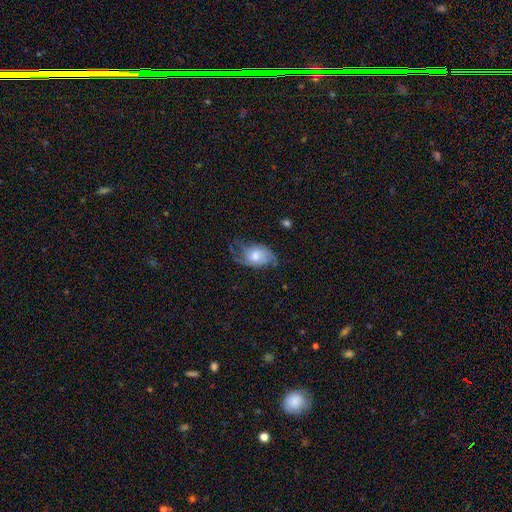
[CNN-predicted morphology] A featured or disk galaxy (49%). Merging: none (43%).